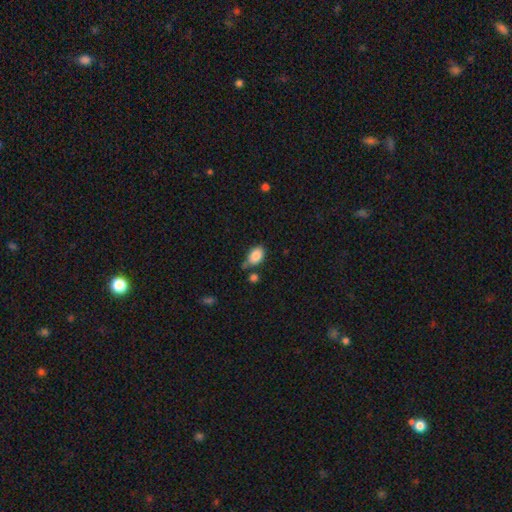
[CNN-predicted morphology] smooth 86%, star or artifact 8%, featured or disk 6%. Down the decision tree: how rounded — in between (85%); merging — none (59%).